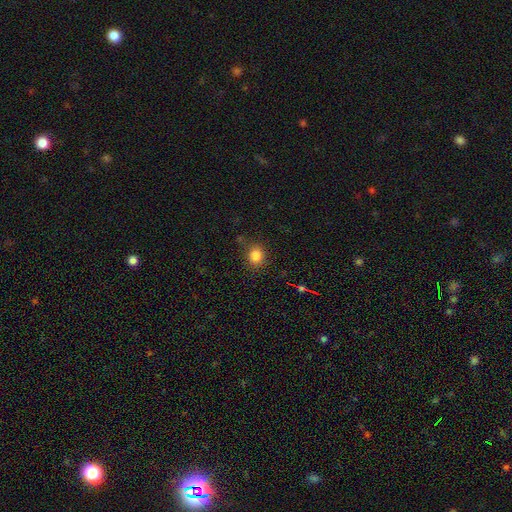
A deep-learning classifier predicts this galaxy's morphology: Smooth or featured? Predicted: smooth (p=0.83). How rounded? Predicted: round (p=0.72). Merging? Predicted: none (p=0.81).